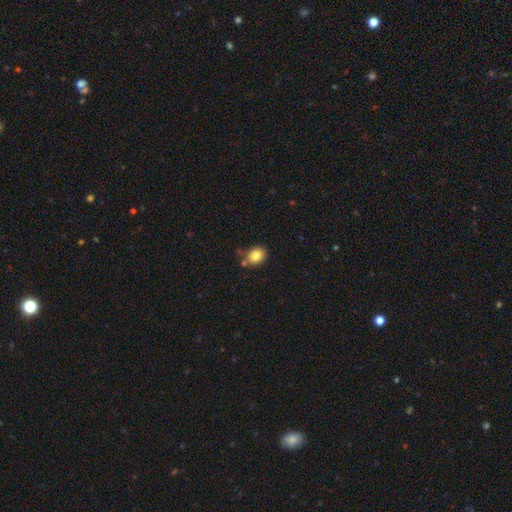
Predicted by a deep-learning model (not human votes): smooth 82%, star or artifact 10%, featured or disk 8%. Down the decision tree: how rounded — round (56%); merging — none (71%).